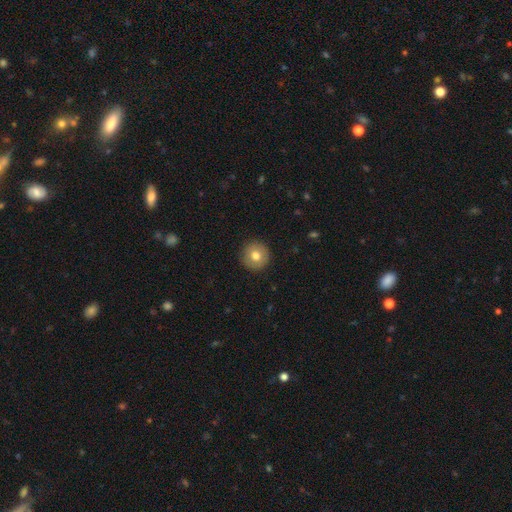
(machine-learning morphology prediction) This is likely a smooth galaxy (76%). How rounded: clearly round (95%). Merging: clearly none (92%).